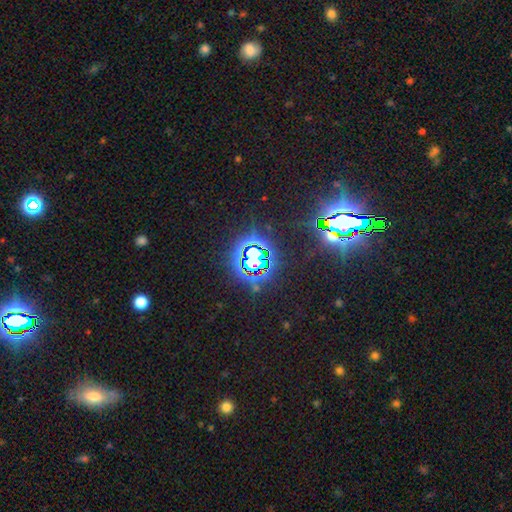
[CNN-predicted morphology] This is clearly a star or artifact rather than a galaxy (81%).